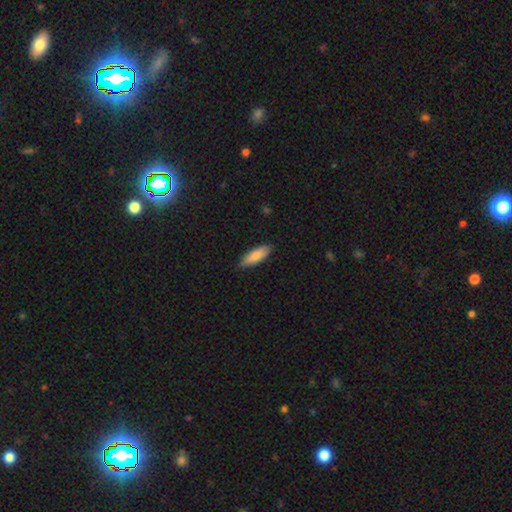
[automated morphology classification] This appears to be a smooth galaxy with no disk features (85%) that is in between round and cigar-shaped (57%). Merging: none (83%).